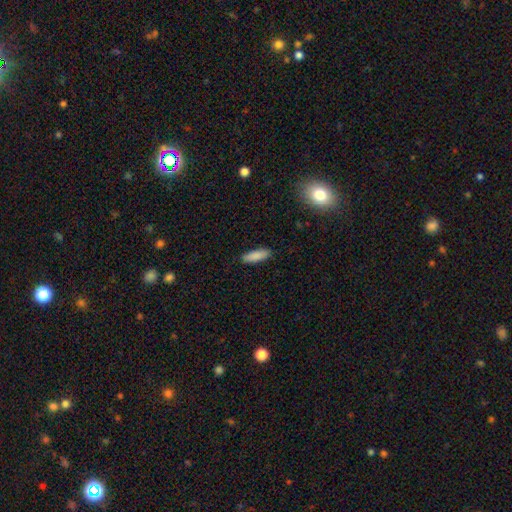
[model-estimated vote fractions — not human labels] The model was most divided on "how rounded": cigar-shaped: 51%, in between: 47%, round: 2%. More confident: merging — none (88%); smooth or featured — smooth (88%).